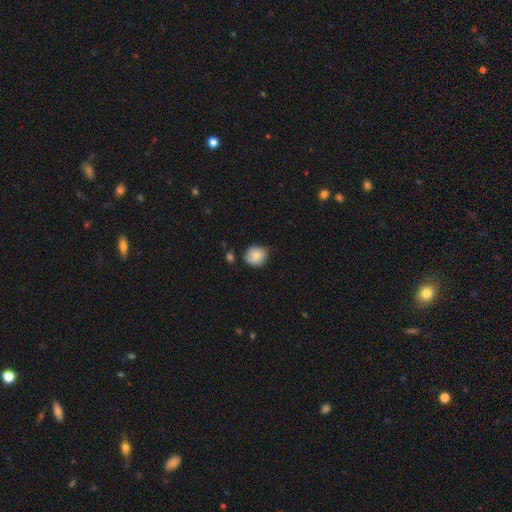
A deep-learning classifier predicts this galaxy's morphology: Smooth or featured? Predicted: smooth (p=0.80). How rounded? Predicted: round (p=0.91). Merging? Predicted: none (p=0.78).